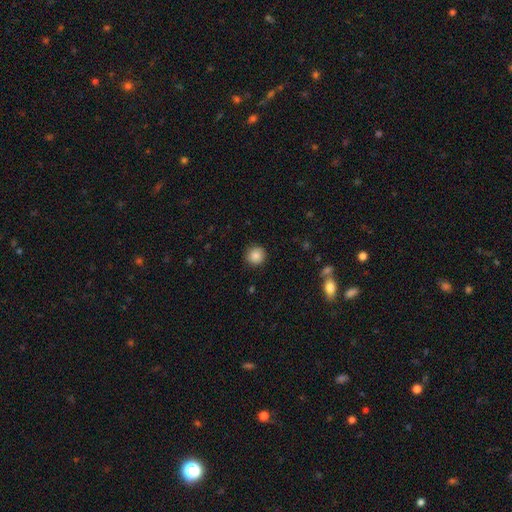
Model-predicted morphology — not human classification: A smooth galaxy with no disk features (87%) that is round (93%). Merging: none (90%).